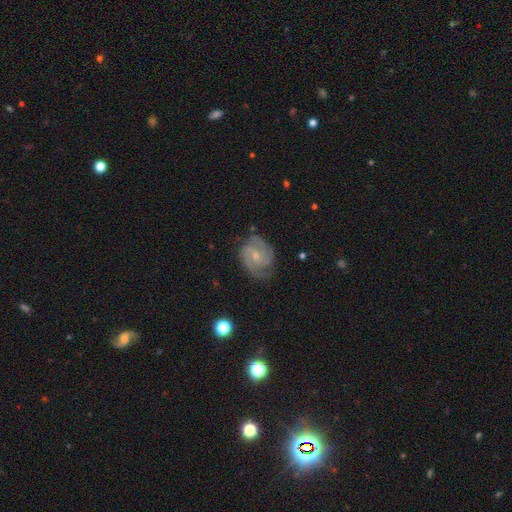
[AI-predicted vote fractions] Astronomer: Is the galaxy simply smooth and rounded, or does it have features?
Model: featured or disk — 85%.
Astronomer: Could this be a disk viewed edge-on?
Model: no — 98%.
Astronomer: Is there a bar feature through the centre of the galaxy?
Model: no — 46% (runner-up: weak, 45%).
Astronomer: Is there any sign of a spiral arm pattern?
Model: yes — 97%.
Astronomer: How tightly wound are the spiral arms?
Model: tight — 49% (runner-up: medium, 43%).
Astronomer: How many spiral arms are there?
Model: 2 — 74%.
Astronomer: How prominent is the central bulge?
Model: small — 62%.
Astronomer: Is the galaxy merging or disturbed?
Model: none — 75%.